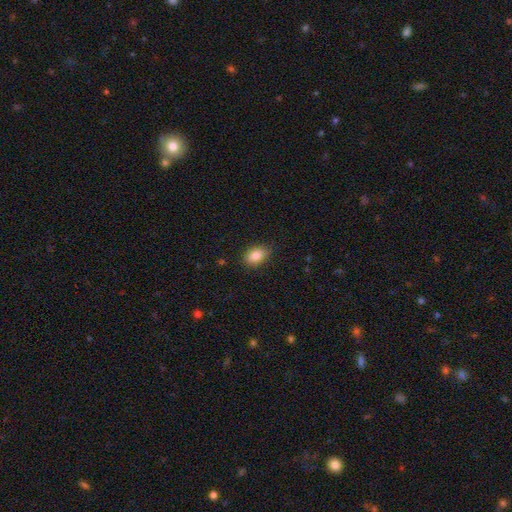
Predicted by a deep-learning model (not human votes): Smooth or featured? Predicted: smooth (p=0.85). How rounded? Predicted: in between (p=0.83). Merging? Predicted: none (p=0.86).